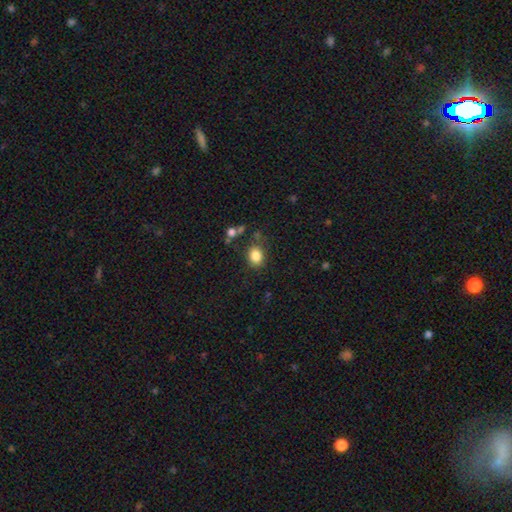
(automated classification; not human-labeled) Smooth or featured?
  - smooth: 84% *
  - star or artifact: 10%
  - featured or disk: 5%
How rounded?
  - in between: 51% *
  - round: 48%
  - cigar-shaped: 1%
Merging?
  - none: 77% *
  - minor disturbance: 13%
  - merger: 5%
  - major disturbance: 5%